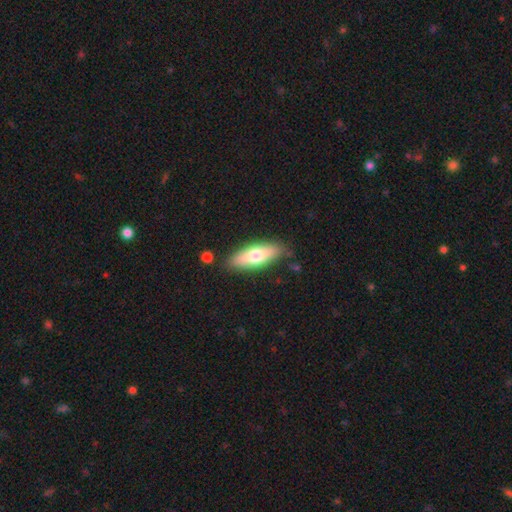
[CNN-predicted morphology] smooth 66%, featured or disk 28%, star or artifact 6%. Down the decision tree: how rounded — in between (62%); merging — none (82%).